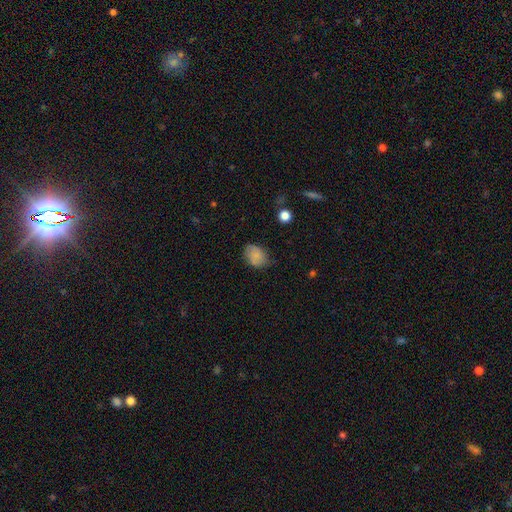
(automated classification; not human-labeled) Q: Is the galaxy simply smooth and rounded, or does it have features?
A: smooth — 79%.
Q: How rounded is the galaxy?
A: in between — 71%.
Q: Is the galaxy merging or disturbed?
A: none — 67%.